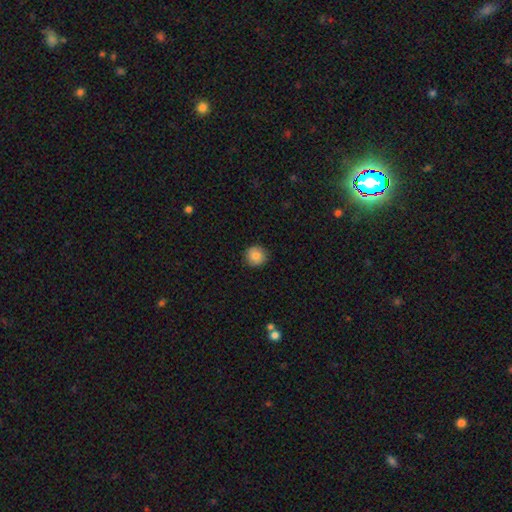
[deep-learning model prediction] A smooth galaxy with no disk features (84%) that is round (93%).

Vote fractions:
- Smooth or featured? smooth: 84% / star or artifact: 9% / featured or disk: 7%
- How rounded? round: 93% / in between: 6% / cigar-shaped: 1%
- Merging? none: 89% / minor disturbance: 8% / major disturbance: 2% / merger: 1%